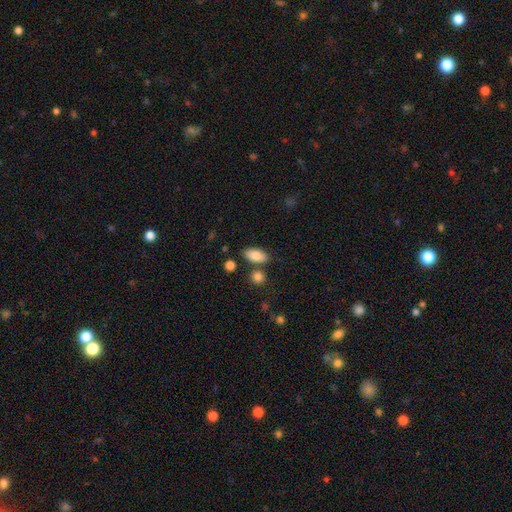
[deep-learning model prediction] Smooth or featured?
  - smooth: 83% *
  - featured or disk: 10%
  - star or artifact: 7%
How rounded?
  - in between: 91% *
  - round: 5%
  - cigar-shaped: 4%
Merging?
  - none: 78% *
  - minor disturbance: 11%
  - merger: 8%
  - major disturbance: 3%